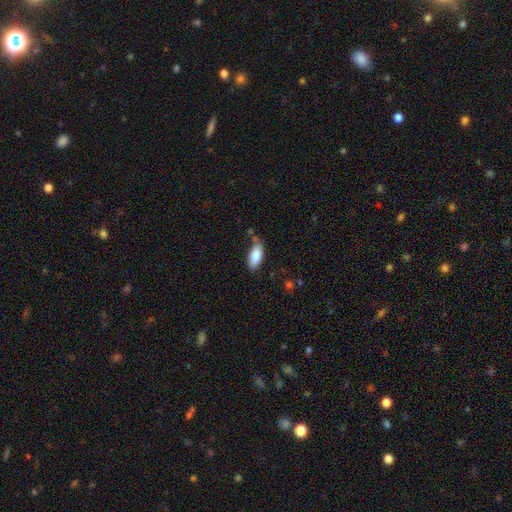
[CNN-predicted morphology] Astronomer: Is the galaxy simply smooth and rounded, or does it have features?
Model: smooth — 85%.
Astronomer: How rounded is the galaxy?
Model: in between — 84%.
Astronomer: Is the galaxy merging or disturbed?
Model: none — 70%.